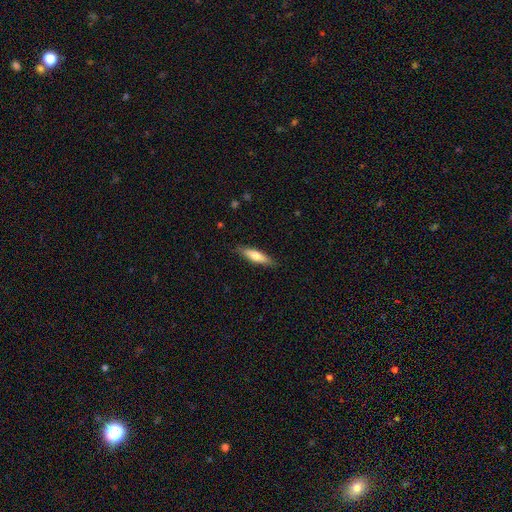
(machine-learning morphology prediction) Smooth or featured? smooth (64%)
How rounded? cigar-shaped (67%)
Merging? none (86%)